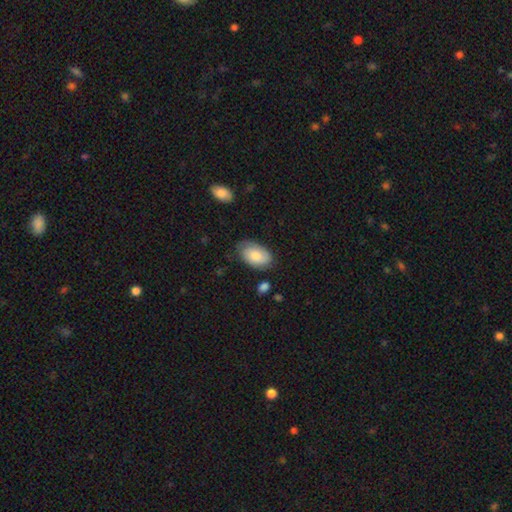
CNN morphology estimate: Q: Smooth or featured?
A: smooth (69%); runner-up: featured or disk (25%)
Q: How rounded?
A: in between (92%); runner-up: round (7%)
Q: Merging?
A: none (67%); runner-up: minor disturbance (25%)